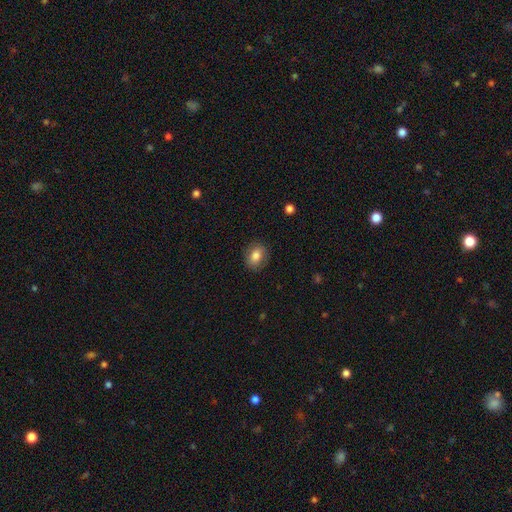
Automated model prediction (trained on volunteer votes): smooth-or-featured: smooth: 79% | featured or disk: 12% | star or artifact: 8%
  how-rounded: in between: 51% | round: 48% | cigar-shaped: 1%
  merging: none: 84% | minor disturbance: 11% | major disturbance: 3% | merger: 1%